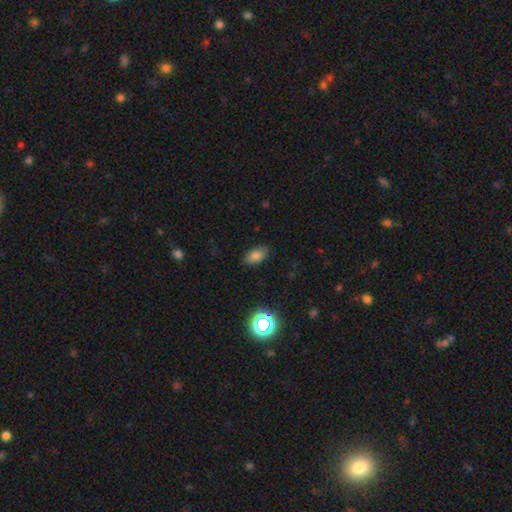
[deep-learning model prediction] smooth_or_featured: smooth (p=0.79) [alt: star or artifact p=0.13]
how_rounded: in between (p=0.90) [alt: round p=0.06]
merging: none (p=0.83) [alt: minor disturbance p=0.12]